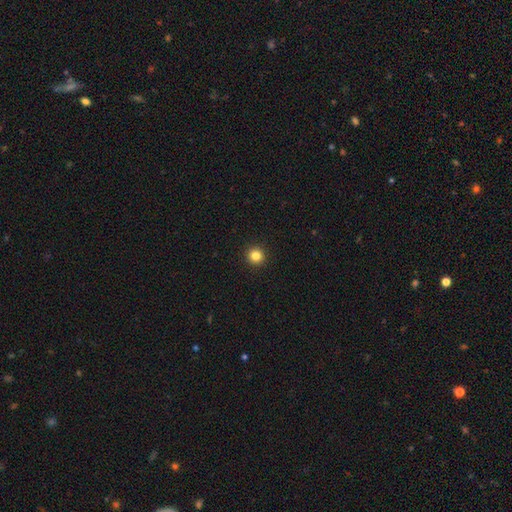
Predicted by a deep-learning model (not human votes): This is clearly a smooth galaxy (83%). How rounded: clearly round (96%). Merging: clearly none (94%).